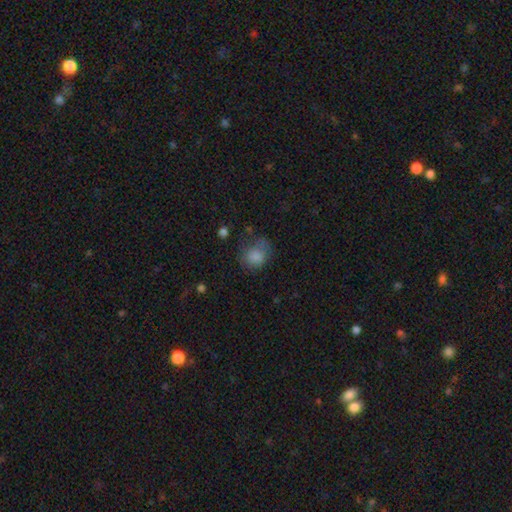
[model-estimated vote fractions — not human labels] A smooth galaxy with no disk features (80%) that is round (66%). Merging: none (51%).